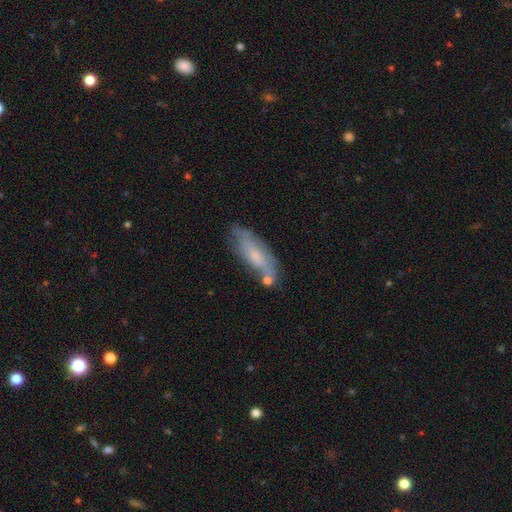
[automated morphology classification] smooth-or-featured: smooth: 47% | featured or disk: 45% | star or artifact: 7%
  merging: none: 59% | minor disturbance: 24% | merger: 10% | major disturbance: 7%